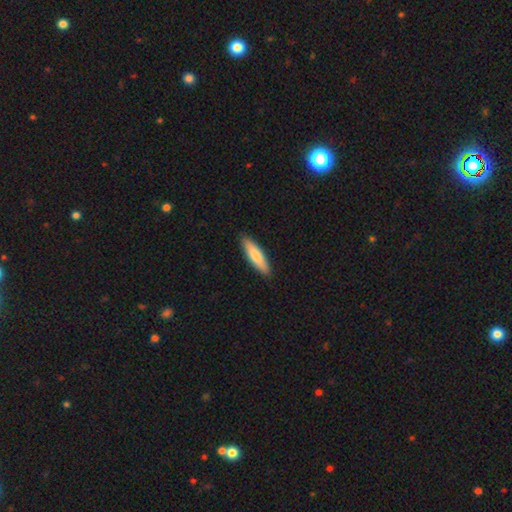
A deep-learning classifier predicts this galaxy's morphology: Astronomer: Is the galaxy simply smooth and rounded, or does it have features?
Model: smooth — 77%.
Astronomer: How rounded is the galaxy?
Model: cigar-shaped — 68%.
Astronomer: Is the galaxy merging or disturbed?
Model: none — 90%.